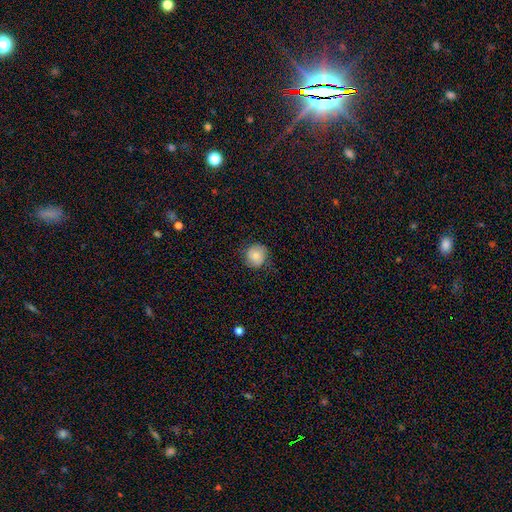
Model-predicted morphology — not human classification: smooth_or_featured: smooth (p=0.77) [alt: featured or disk p=0.15]
how_rounded: round (p=0.88) [alt: in between p=0.11]
merging: none (p=0.78) [alt: minor disturbance p=0.17]